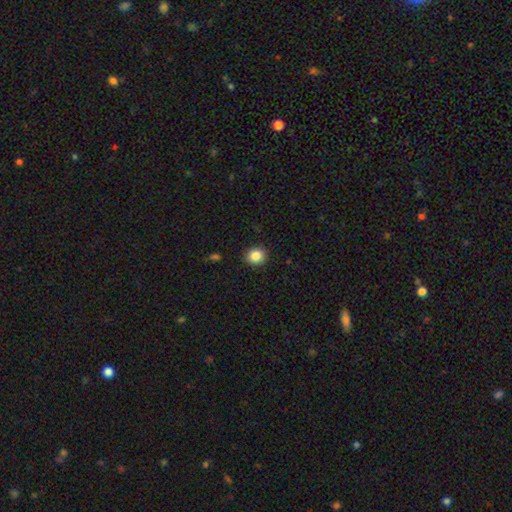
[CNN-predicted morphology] The model was most divided on "how rounded": round: 78%, in between: 21%, cigar-shaped: 1%. More confident: merging — none (90%); smooth or featured — smooth (86%).